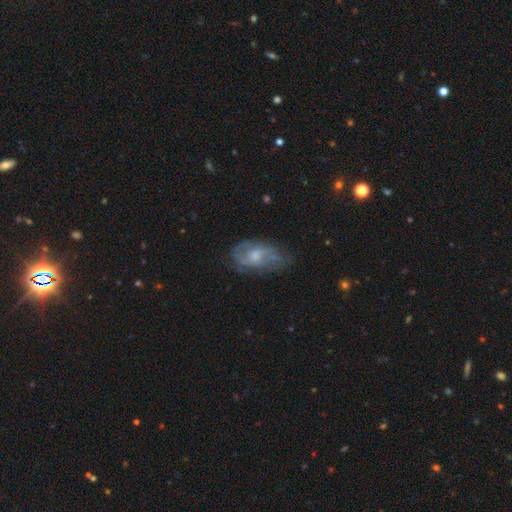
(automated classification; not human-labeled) featured or disk 63%, smooth 29%, star or artifact 8%. Down the decision tree: edge-on disk — no (94%); bar — no (63%); spiral arms — yes (72%); bulge size — moderate (51%); merging — none (52%).